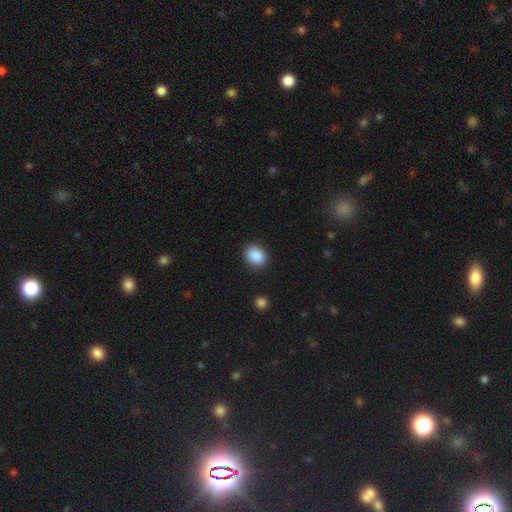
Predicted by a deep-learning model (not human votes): smooth 89%, star or artifact 8%, featured or disk 3%. Down the decision tree: how rounded — in between (54%); merging — none (88%).